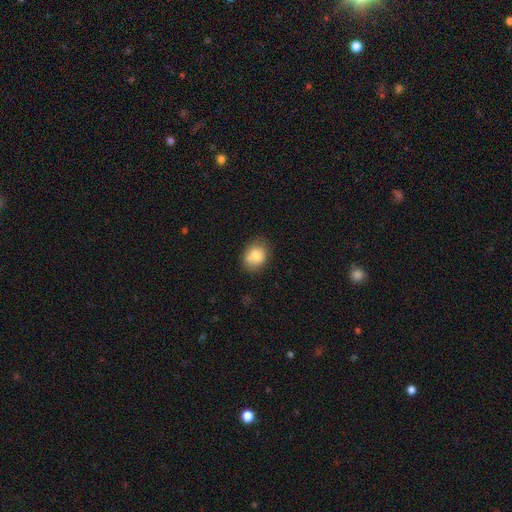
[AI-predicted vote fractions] This is clearly a smooth galaxy (80%). How rounded: possibly round (50%). Merging: likely none (70%).